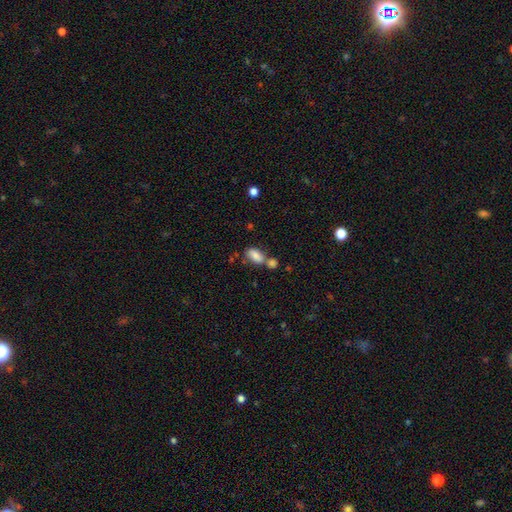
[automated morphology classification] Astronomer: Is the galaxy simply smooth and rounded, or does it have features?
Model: smooth — 82%.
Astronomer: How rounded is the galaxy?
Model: in between — 89%.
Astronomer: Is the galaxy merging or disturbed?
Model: none — 42% (runner-up: merger, 40%).